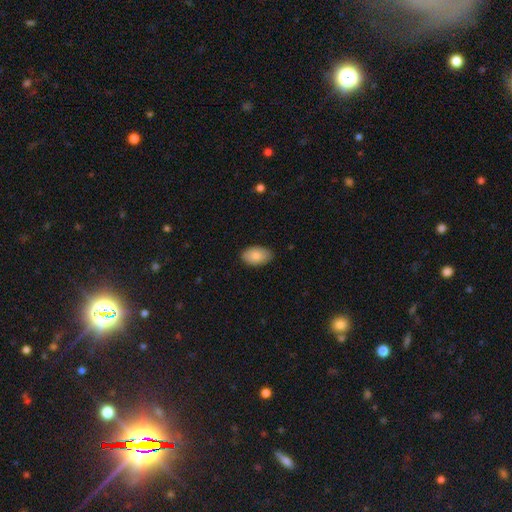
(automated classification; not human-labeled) A smooth galaxy with no disk features (86%) that is in between round and cigar-shaped (93%).

Vote fractions:
- Smooth or featured? smooth: 86% / featured or disk: 8% / star or artifact: 6%
- How rounded? in between: 93% / round: 5% / cigar-shaped: 1%
- Merging? none: 84% / minor disturbance: 13% / major disturbance: 2% / merger: 1%